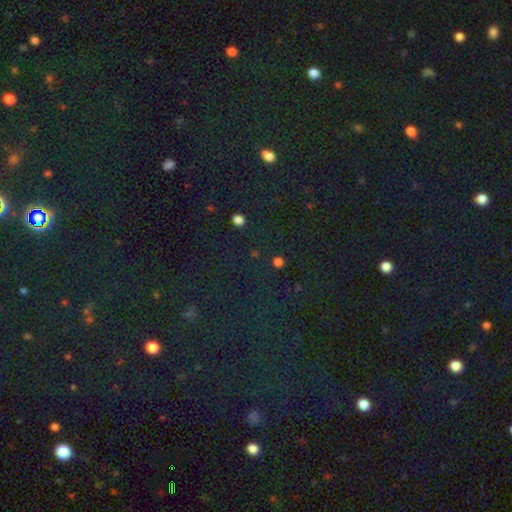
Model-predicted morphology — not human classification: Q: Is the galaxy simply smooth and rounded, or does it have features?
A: star or artifact — 77%.